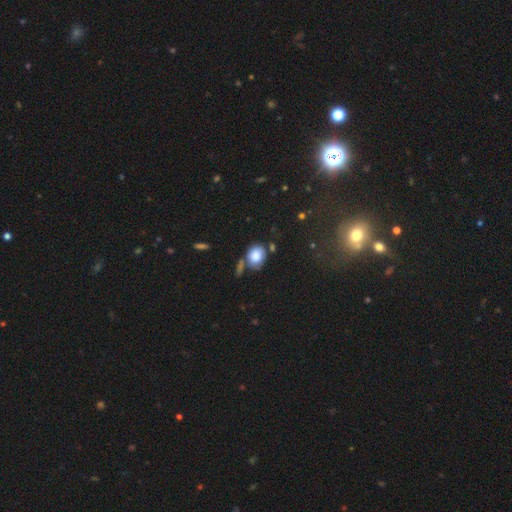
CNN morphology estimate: Q: Smooth or featured?
A: smooth (82%); runner-up: featured or disk (10%)
Q: How rounded?
A: in between (49%); tied with: round (49%)
Q: Merging?
A: none (52%); runner-up: minor disturbance (22%)